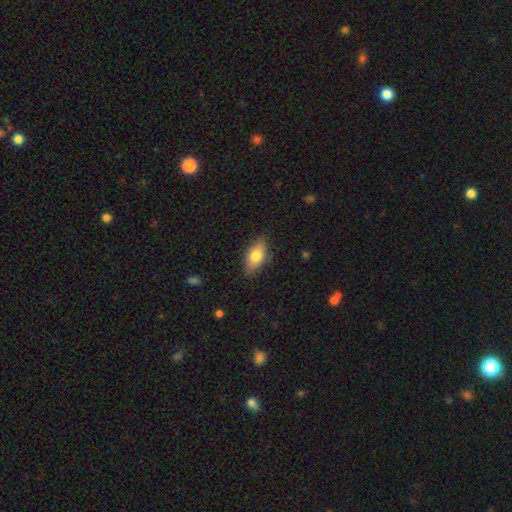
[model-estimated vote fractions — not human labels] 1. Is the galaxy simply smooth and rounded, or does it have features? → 78% smooth, 15% featured or disk, 7% star or artifact.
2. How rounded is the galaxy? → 88% in between, 7% cigar-shaped, 5% round.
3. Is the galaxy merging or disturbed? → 81% none, 15% minor disturbance, 3% major disturbance, 1% merger.